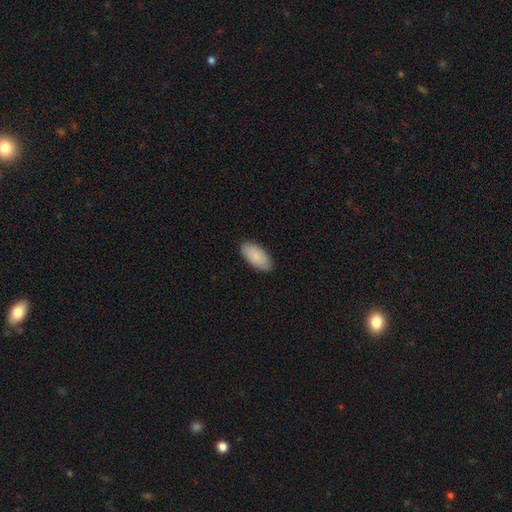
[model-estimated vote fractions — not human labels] The model was most divided on "merging": none: 87%, minor disturbance: 10%, major disturbance: 2%, merger: 1%. More confident: how rounded — in between (94%); smooth or featured — smooth (88%).